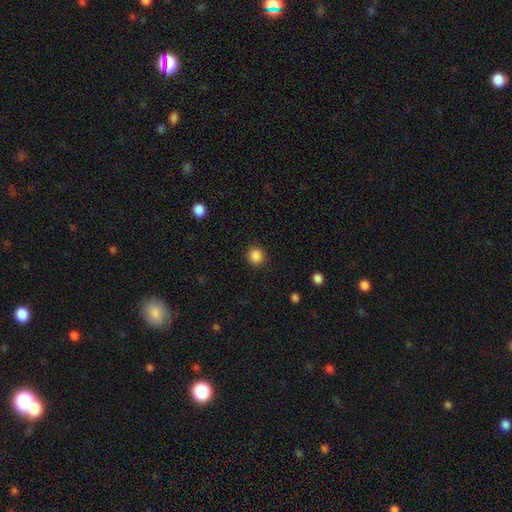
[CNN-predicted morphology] Q: Smooth or featured?
A: smooth (87%); runner-up: star or artifact (11%)
Q: How rounded?
A: round (93%); runner-up: in between (6%)
Q: Merging?
A: none (90%); runner-up: minor disturbance (6%)